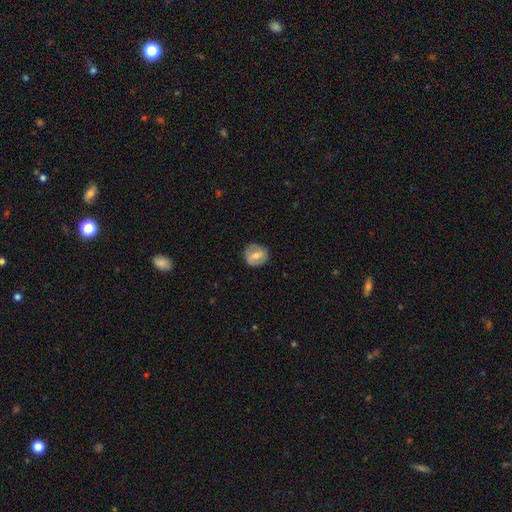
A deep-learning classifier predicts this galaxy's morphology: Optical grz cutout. It shows a smooth galaxy with no disk features (59%) that is round (79%). Merging: none (81%).